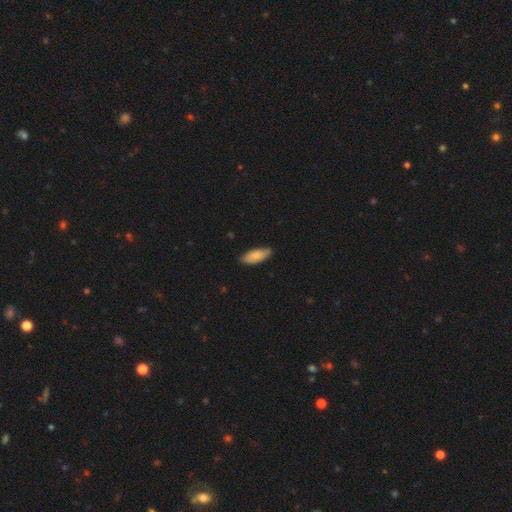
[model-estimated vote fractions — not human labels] smooth-or-featured: smooth: 77% | featured or disk: 17% | star or artifact: 6%
  how-rounded: in between: 83% | cigar-shaped: 15% | round: 2%
  merging: none: 78% | minor disturbance: 19% | major disturbance: 2% | merger: 1%